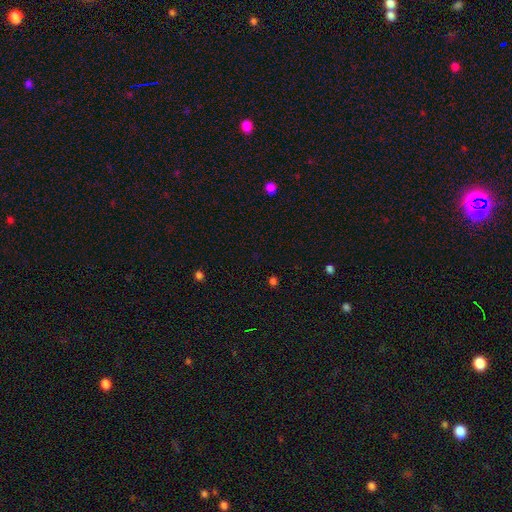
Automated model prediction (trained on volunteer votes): Smooth or featured: star or artifact — 54% (smooth — 39%)